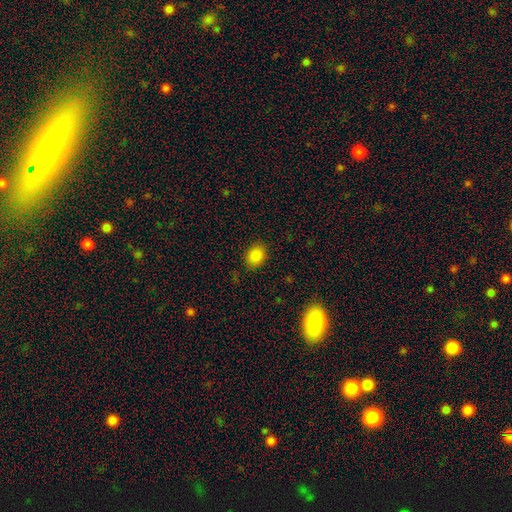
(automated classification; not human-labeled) Morphology: type=smooth (85%); roundness=in between (56%); merging=none (86%).